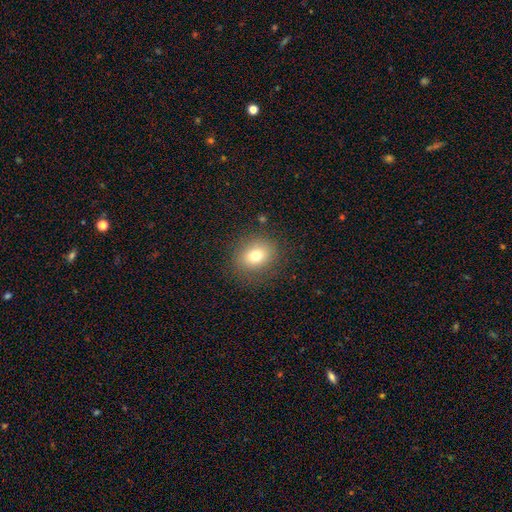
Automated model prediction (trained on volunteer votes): Morphology: type=smooth (75%); roundness=round (60%); merging=none (84%).